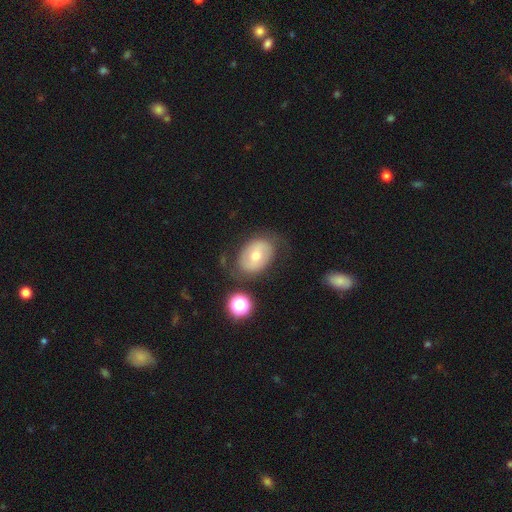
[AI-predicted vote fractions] A smooth galaxy with no disk features (46%). Merging: none (68%).